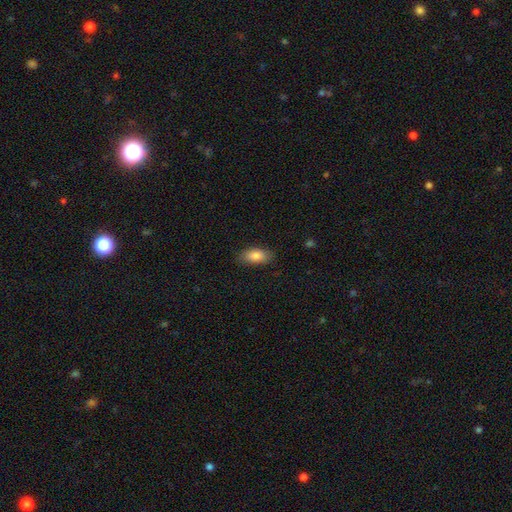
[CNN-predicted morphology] Smooth or featured?
  - smooth: 84% *
  - featured or disk: 9%
  - star or artifact: 7%
How rounded?
  - in between: 89% *
  - cigar-shaped: 8%
  - round: 3%
Merging?
  - none: 85% *
  - minor disturbance: 11%
  - major disturbance: 3%
  - merger: 1%